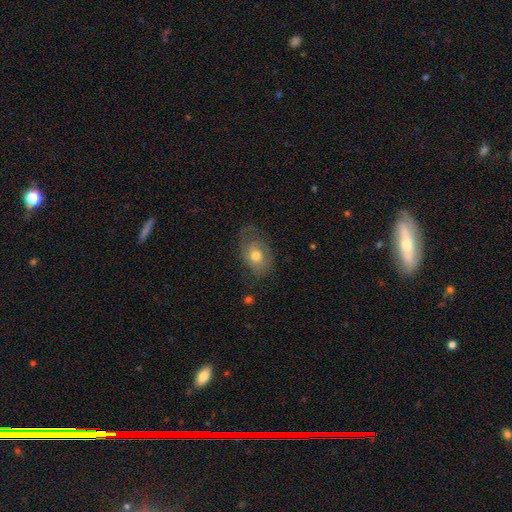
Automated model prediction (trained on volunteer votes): Smooth or featured: smooth — 55% (featured or disk — 37%)
How rounded: in between — 76% (round — 23%)
Merging: none — 52% (minor disturbance — 28%)